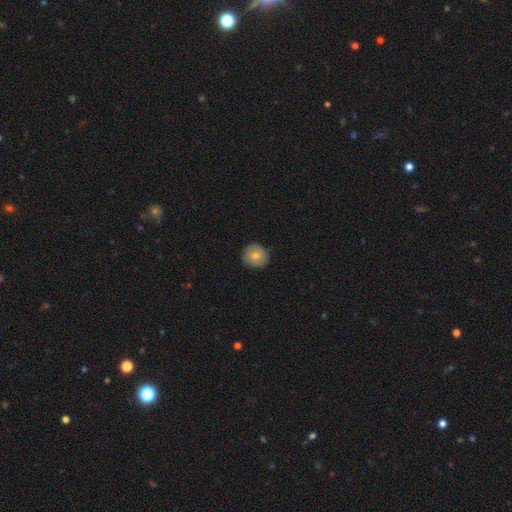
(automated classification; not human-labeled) A smooth galaxy with no disk features (73%) that is round (93%).

Vote fractions:
- Smooth or featured? smooth: 73% / featured or disk: 19% / star or artifact: 8%
- How rounded? round: 93% / in between: 6% / cigar-shaped: 1%
- Merging? none: 86% / minor disturbance: 11% / major disturbance: 2% / merger: 1%